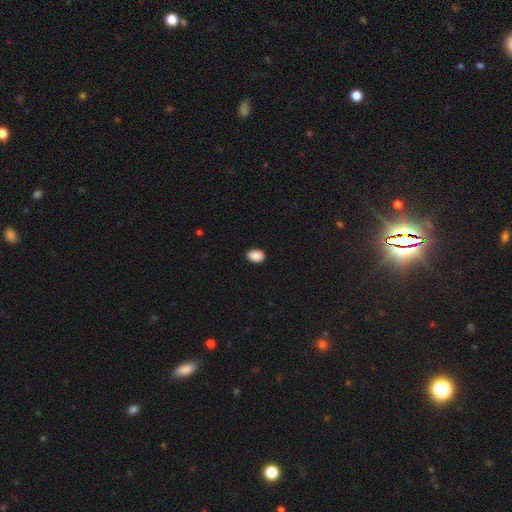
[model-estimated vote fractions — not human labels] smooth-or-featured: smooth: 90% | star or artifact: 8% | featured or disk: 2%
  how-rounded: in between: 79% | round: 20% | cigar-shaped: 1%
  merging: none: 90% | minor disturbance: 8% | major disturbance: 2% | merger: 1%